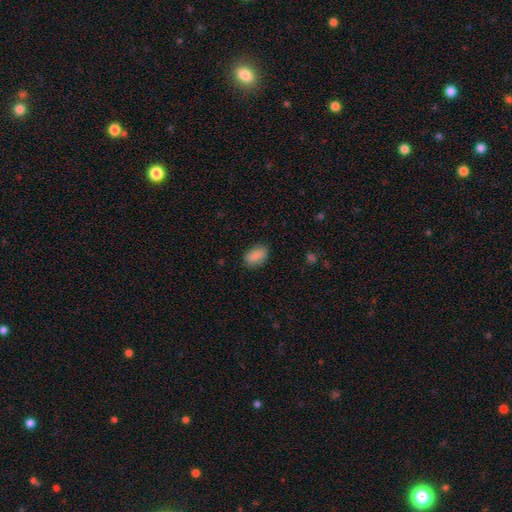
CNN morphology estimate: Smooth or featured? Predicted: smooth (p=0.88). How rounded? Predicted: in between (p=0.90). Merging? Predicted: none (p=0.84).